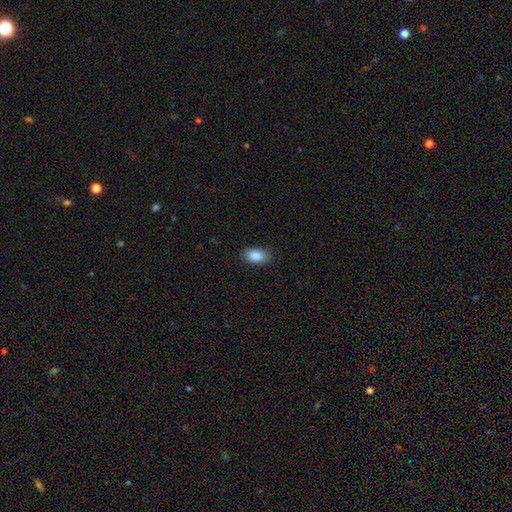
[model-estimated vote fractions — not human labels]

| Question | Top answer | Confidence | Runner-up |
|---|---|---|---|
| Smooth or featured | smooth | 88% | star or artifact (8%) |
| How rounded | in between | 89% | round (9%) |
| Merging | none | 86% | minor disturbance (11%) |